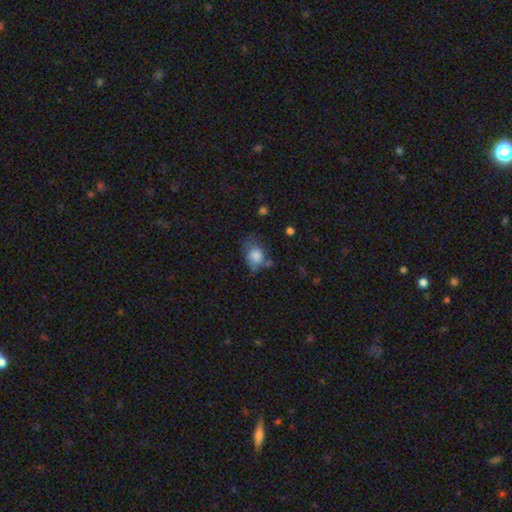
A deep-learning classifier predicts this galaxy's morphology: The model was most divided on "merging": none: 37%, minor disturbance: 33%, major disturbance: 21%, merger: 9%. More confident: smooth or featured — smooth (77%); how rounded — in between (63%).